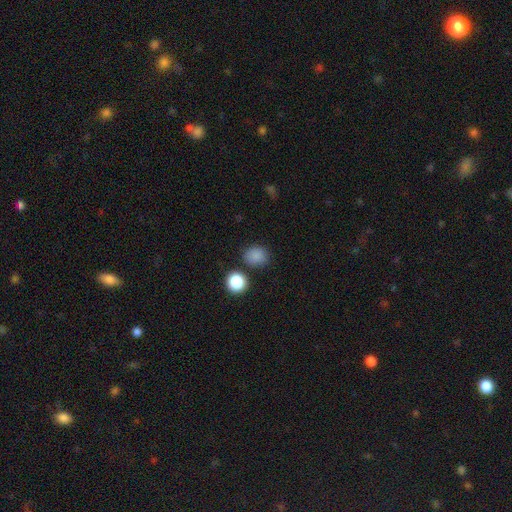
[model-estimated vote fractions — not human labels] The model was most divided on "how rounded": round: 66%, in between: 33%, cigar-shaped: 1%. More confident: smooth or featured — smooth (84%); merging — none (79%).